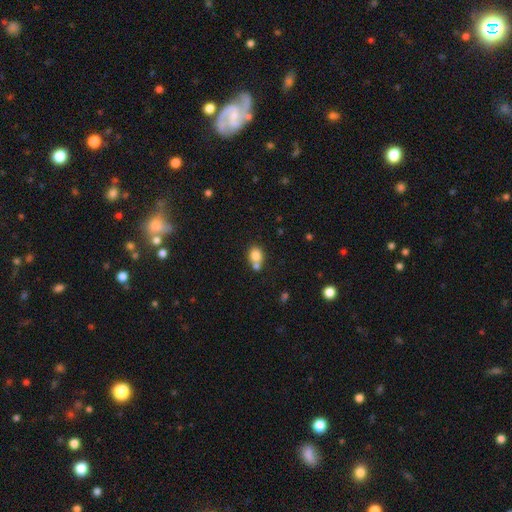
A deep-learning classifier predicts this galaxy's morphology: Overall: smooth (81%). How rounded: round (57%; in between 42%). Merging: none (44%; merger 42%).